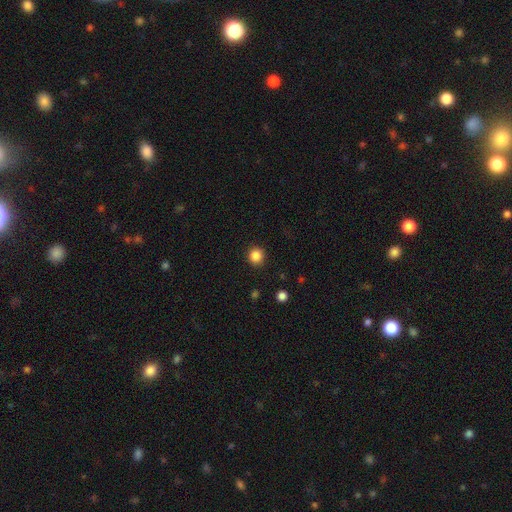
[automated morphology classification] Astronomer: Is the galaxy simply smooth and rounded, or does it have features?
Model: smooth — 86%.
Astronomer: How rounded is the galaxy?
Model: round — 92%.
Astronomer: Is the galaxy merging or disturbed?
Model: none — 91%.